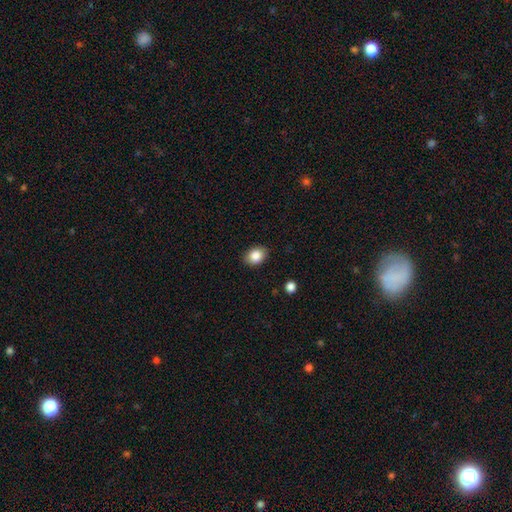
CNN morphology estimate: Q: Smooth or featured?
A: smooth (85%); runner-up: star or artifact (9%)
Q: How rounded?
A: in between (65%); runner-up: round (34%)
Q: Merging?
A: none (87%); runner-up: minor disturbance (9%)